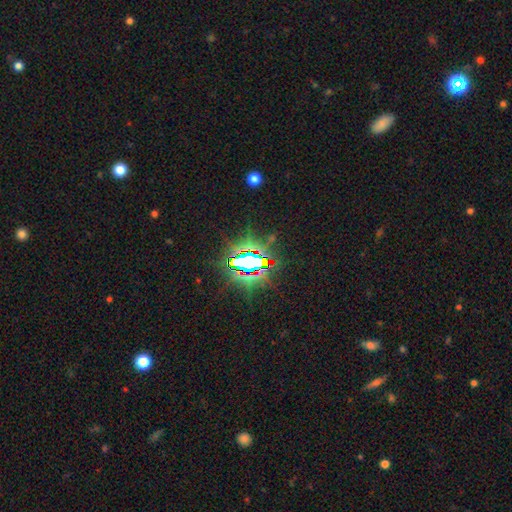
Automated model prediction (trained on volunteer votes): A star or artifact, not a galaxy (78%).